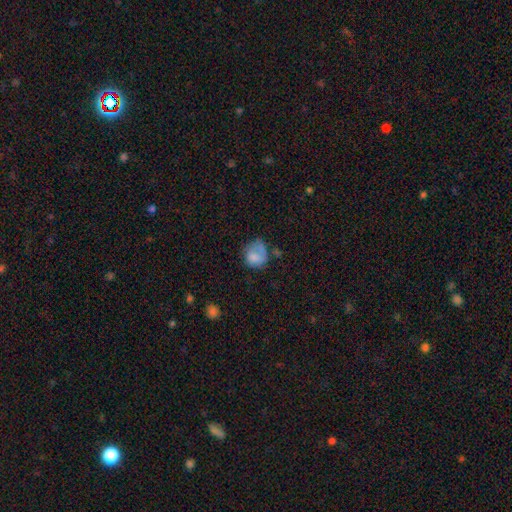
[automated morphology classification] Smooth or featured?
  - smooth: 72% *
  - featured or disk: 18%
  - star or artifact: 10%
How rounded?
  - round: 68% *
  - in between: 31%
  - cigar-shaped: 1%
Merging?
  - none: 41% *
  - minor disturbance: 29%
  - major disturbance: 22%
  - merger: 8%